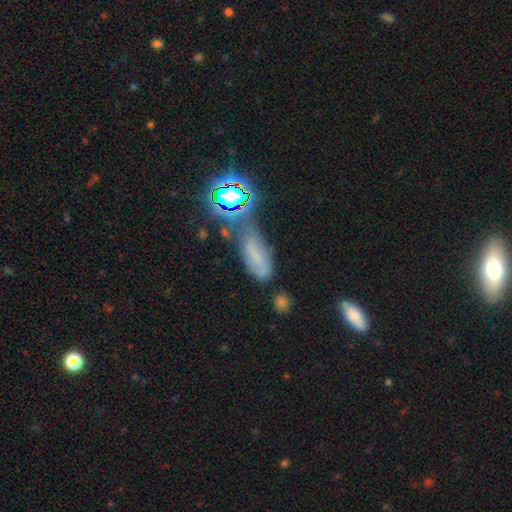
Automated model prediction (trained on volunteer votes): Overall: smooth (42%; star or artifact 30%). Merging: none (43%; minor disturbance 27%).